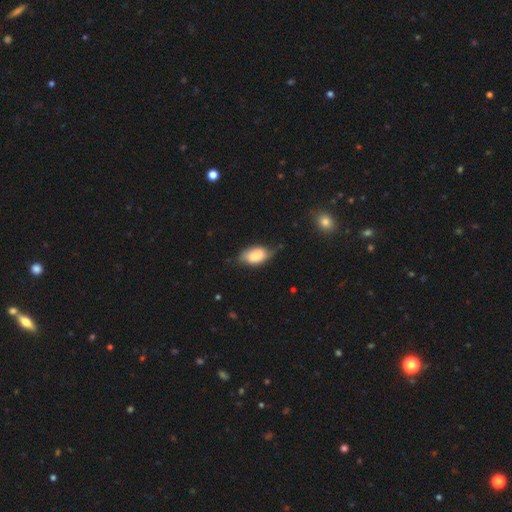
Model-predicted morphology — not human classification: Smooth or featured? smooth (73%)
How rounded? in between (91%)
Merging? none (53%)